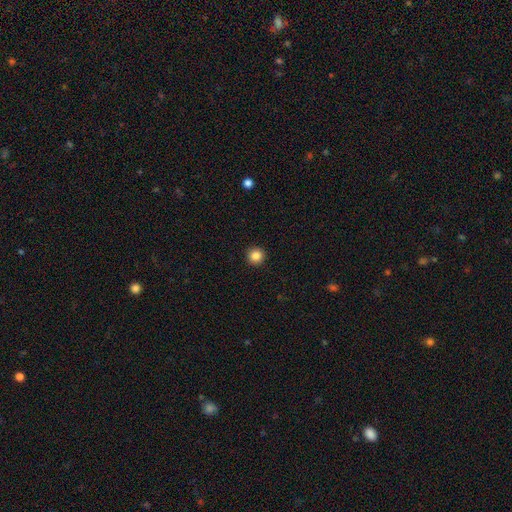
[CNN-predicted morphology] Smooth or featured? Predicted: smooth (p=0.86). How rounded? Predicted: round (p=0.96). Merging? Predicted: none (p=0.93).